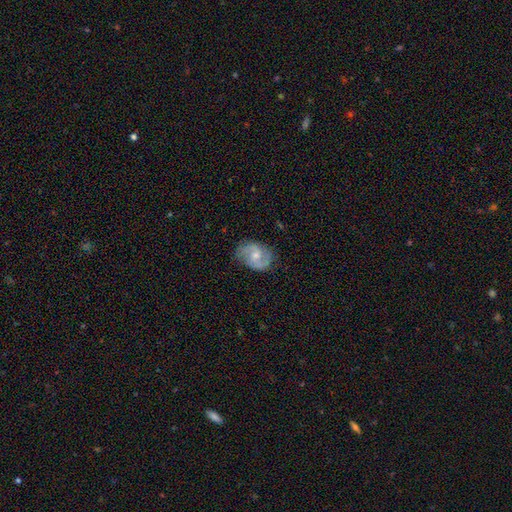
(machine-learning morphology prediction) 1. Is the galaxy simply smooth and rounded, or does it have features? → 84% featured or disk, 11% smooth, 5% star or artifact.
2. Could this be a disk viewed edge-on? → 98% no, 2% yes.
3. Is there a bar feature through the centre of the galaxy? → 48% no, 44% weak, 7% strong.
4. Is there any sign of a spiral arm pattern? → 96% yes, 4% no.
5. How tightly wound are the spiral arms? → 57% medium, 26% tight, 17% loose.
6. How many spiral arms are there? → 91% 2, 4% can't tell, 2% 3, 1% 1, 1% 4, 1% more than 4.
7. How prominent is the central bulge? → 52% moderate, 41% small, 4% none, 2% large, 1% dominant.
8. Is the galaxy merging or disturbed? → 80% none, 15% minor disturbance, 4% major disturbance, 1% merger.